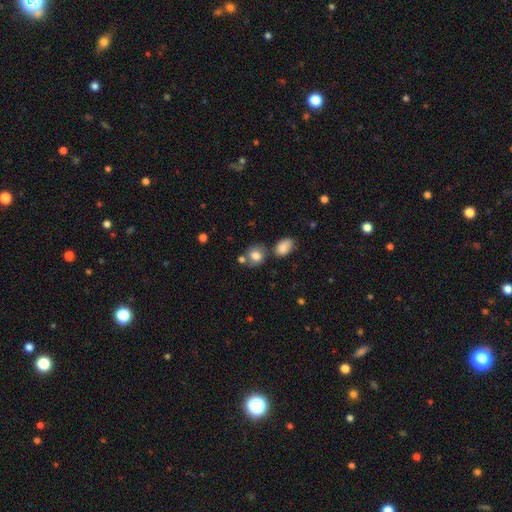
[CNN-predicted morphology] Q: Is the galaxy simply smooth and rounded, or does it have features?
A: smooth — 81%.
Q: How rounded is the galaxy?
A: round — 64%.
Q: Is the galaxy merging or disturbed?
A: none — 59%.